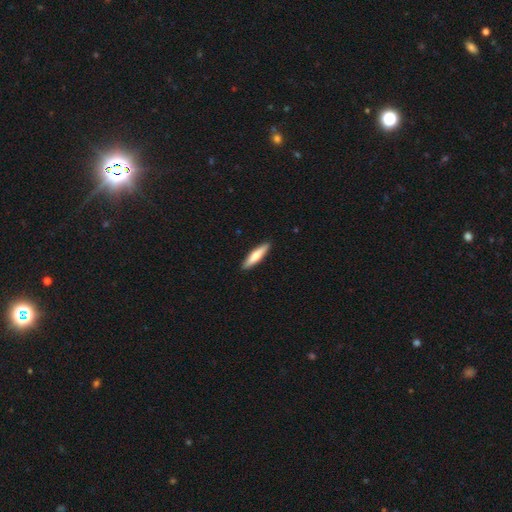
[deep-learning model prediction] The model was most divided on "smooth or featured": smooth: 69%, featured or disk: 26%, star or artifact: 5%. More confident: merging — none (91%); how rounded — cigar-shaped (81%).